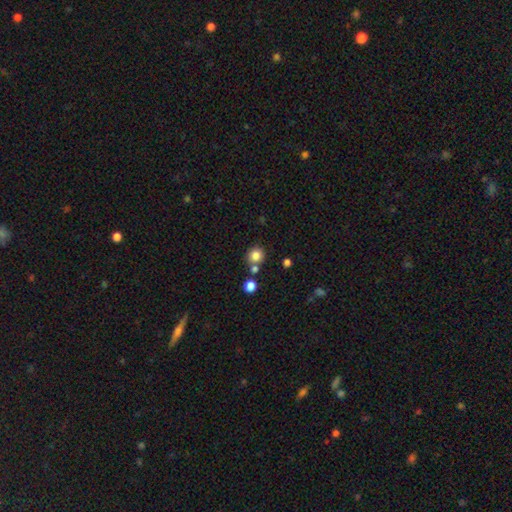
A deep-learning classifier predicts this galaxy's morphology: smooth_or_featured: smooth (p=0.82) [alt: star or artifact p=0.11]
how_rounded: round (p=0.90) [alt: in between p=0.09]
merging: none (p=0.72) [alt: merger p=0.16]